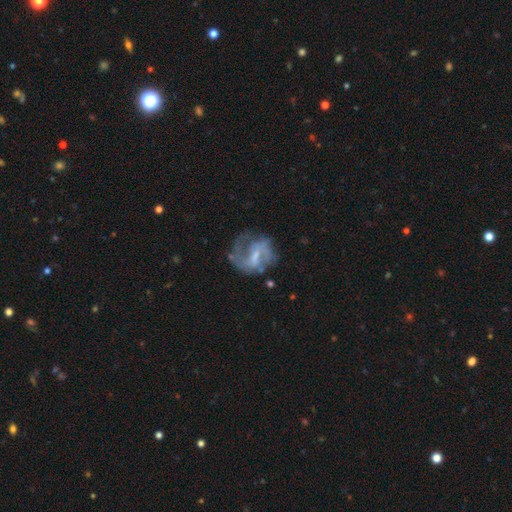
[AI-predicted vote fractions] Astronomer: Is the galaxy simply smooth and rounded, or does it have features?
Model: featured or disk — 77%.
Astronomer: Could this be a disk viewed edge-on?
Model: no — 97%.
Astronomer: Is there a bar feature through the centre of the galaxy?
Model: weak — 55%.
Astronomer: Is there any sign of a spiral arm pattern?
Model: yes — 83%.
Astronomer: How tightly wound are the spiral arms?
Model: medium — 46% (runner-up: loose, 31%).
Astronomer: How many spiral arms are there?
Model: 2 — 56%.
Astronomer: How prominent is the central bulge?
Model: small — 45% (runner-up: moderate, 33%).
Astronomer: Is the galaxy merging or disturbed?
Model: none — 51%.